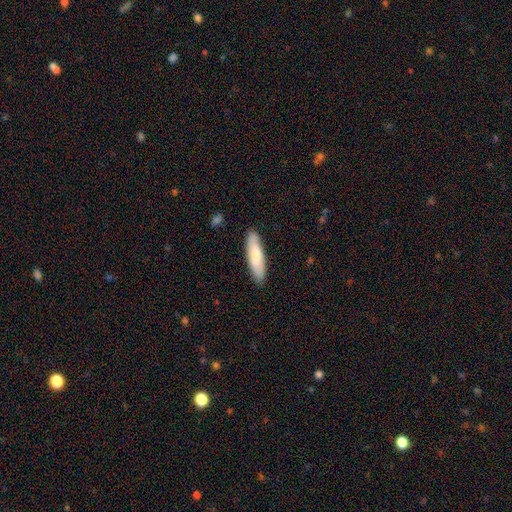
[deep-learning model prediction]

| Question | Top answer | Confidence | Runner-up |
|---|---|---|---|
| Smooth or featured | smooth | 76% | featured or disk (19%) |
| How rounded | cigar-shaped | 64% | in between (35%) |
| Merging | none | 88% | minor disturbance (9%) |